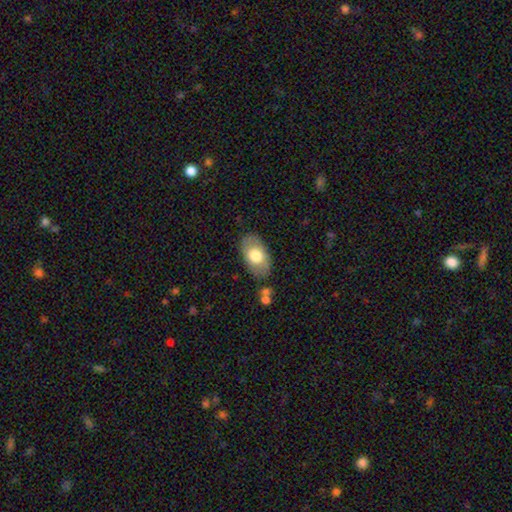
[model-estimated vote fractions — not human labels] Smooth or featured? Predicted: smooth (p=0.69). How rounded? Predicted: in between (p=0.93). Merging? Predicted: none (p=0.81).